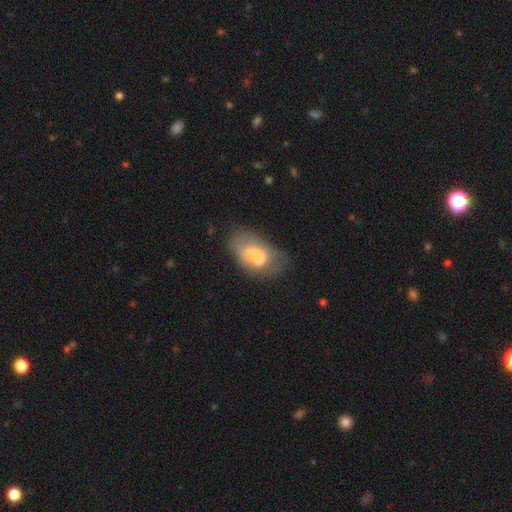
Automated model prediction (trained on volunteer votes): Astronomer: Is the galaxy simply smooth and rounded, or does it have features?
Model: smooth — 59%.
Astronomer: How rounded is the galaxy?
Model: in between — 90%.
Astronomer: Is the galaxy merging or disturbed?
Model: merger — 31% (runner-up: none, 29%).